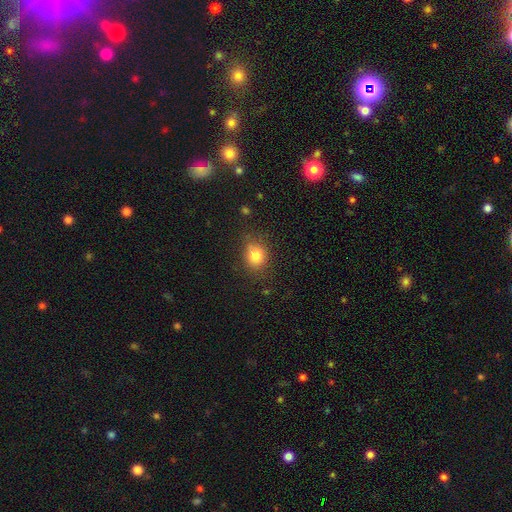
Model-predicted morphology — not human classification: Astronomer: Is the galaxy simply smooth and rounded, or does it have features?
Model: smooth — 80%.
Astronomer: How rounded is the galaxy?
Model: round — 63%.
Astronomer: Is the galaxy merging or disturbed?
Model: none — 73%.